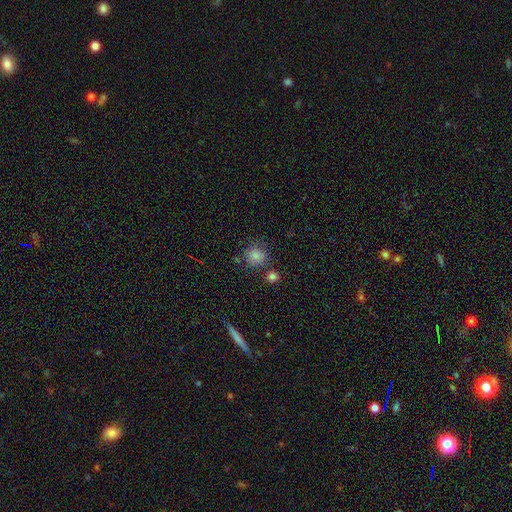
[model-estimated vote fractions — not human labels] This is clearly a smooth galaxy (81%). How rounded: clearly round (84%). Merging: likely none (71%).